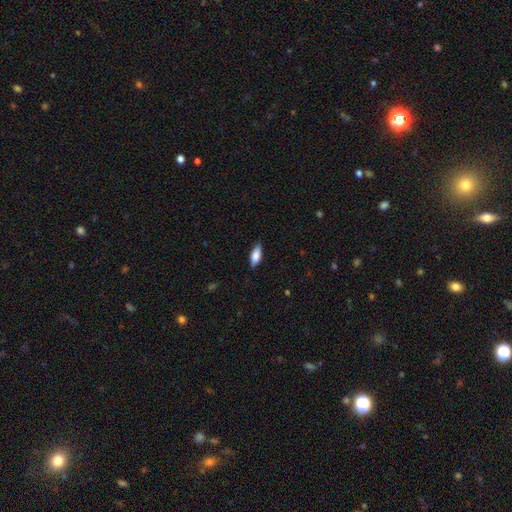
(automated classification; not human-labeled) Smooth or featured: smooth — 81% (featured or disk — 12%)
How rounded: in between — 77% (cigar-shaped — 20%)
Merging: none — 84% (minor disturbance — 12%)